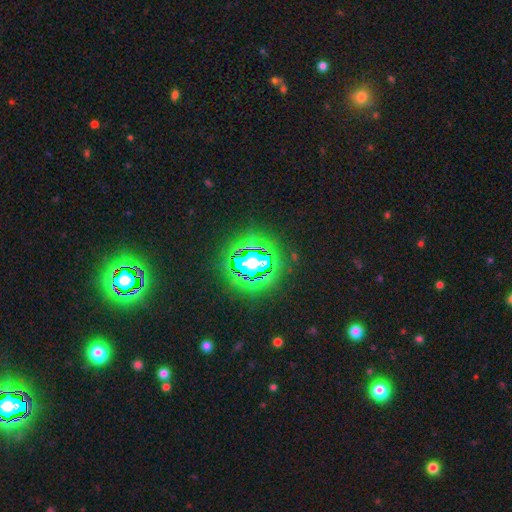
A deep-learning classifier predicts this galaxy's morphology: star or artifact 81%, smooth 12%, featured or disk 7%.